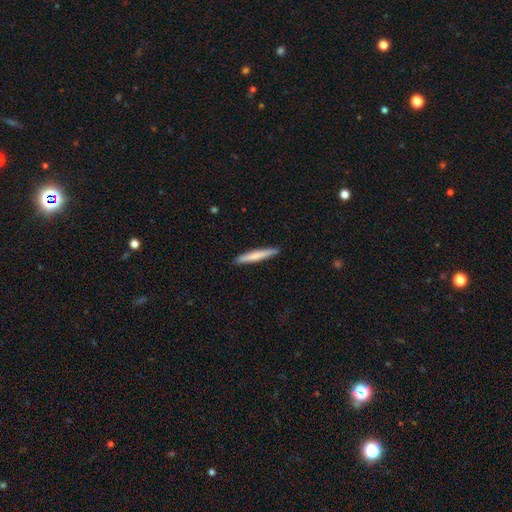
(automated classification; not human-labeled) The model was most divided on "smooth or featured": smooth: 68%, featured or disk: 27%, star or artifact: 5%. More confident: how rounded — cigar-shaped (95%); merging — none (91%).